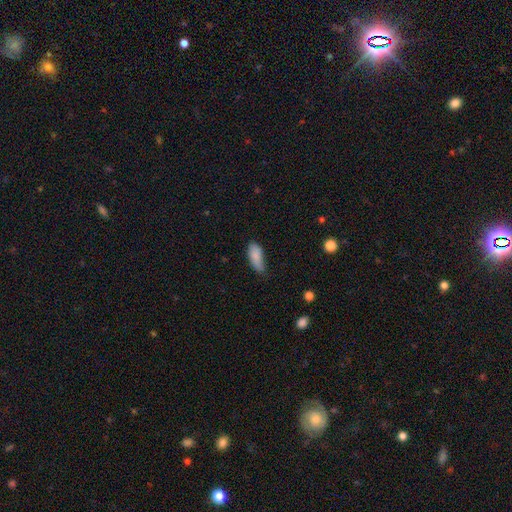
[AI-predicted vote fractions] The model was most divided on "merging": none: 51%, minor disturbance: 39%, major disturbance: 8%, merger: 2%. More confident: smooth or featured — smooth (85%); how rounded — in between (81%).